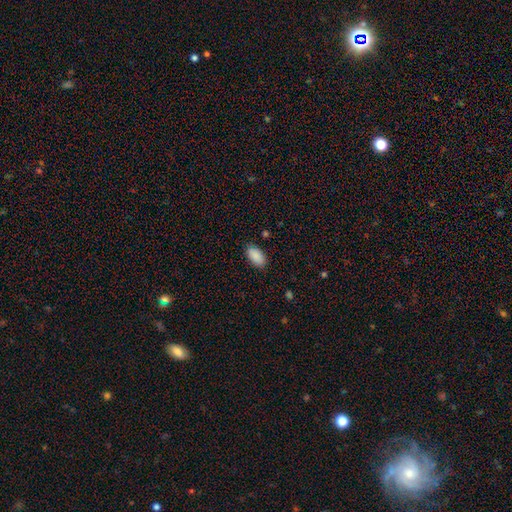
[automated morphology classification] This is clearly a smooth galaxy (90%). How rounded: clearly in between (94%). Merging: clearly none (85%).